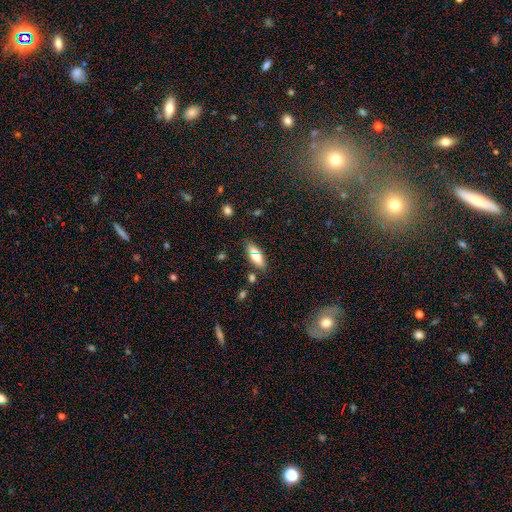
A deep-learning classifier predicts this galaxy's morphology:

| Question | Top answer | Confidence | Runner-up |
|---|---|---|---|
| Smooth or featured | smooth | 66% | featured or disk (24%) |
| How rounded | in between | 67% | cigar-shaped (30%) |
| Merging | none | 77% | minor disturbance (13%) |